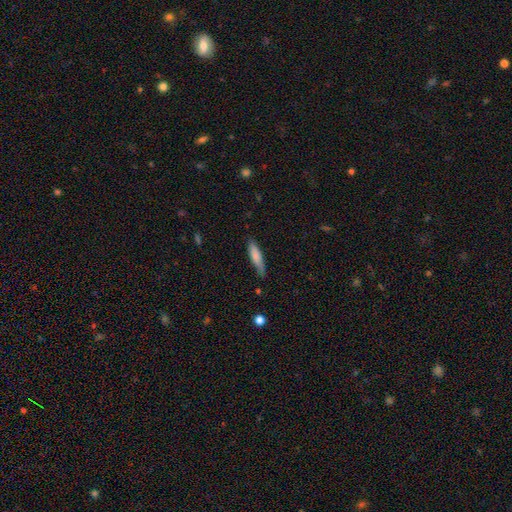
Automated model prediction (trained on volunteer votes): Smooth or featured?
  - smooth: 76% *
  - featured or disk: 18%
  - star or artifact: 6%
How rounded?
  - cigar-shaped: 78% *
  - in between: 21%
  - round: 1%
Merging?
  - none: 72% *
  - minor disturbance: 22%
  - major disturbance: 4%
  - merger: 2%